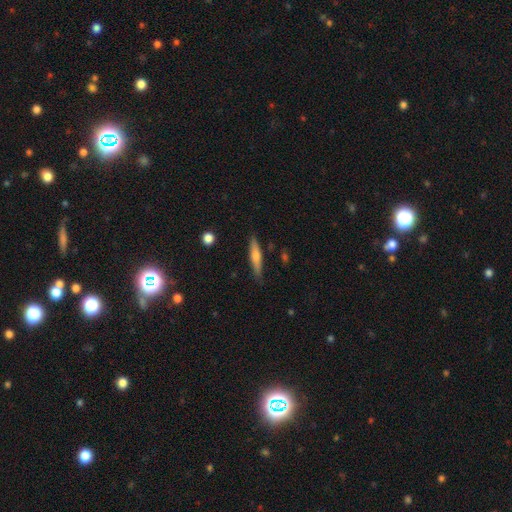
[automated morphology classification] A smooth galaxy with no disk features (52%) that is cigar-shaped (88%).

Vote fractions:
- Smooth or featured? smooth: 52% / featured or disk: 41% / star or artifact: 7%
- How rounded? cigar-shaped: 88% / in between: 10% / round: 2%
- Merging? none: 86% / minor disturbance: 10% / major disturbance: 2% / merger: 2%